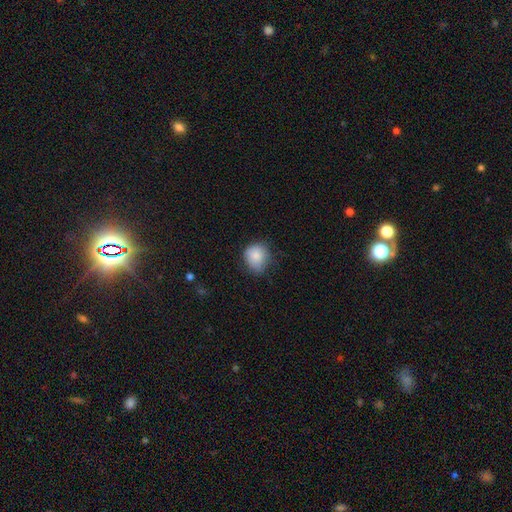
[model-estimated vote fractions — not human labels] Morphology: type=smooth (84%); roundness=round (71%); merging=none (61%).